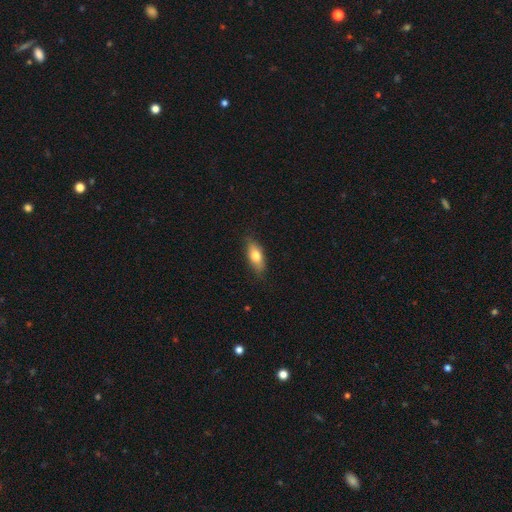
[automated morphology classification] Smooth or featured? smooth (74%)
How rounded? in between (77%)
Merging? none (82%)